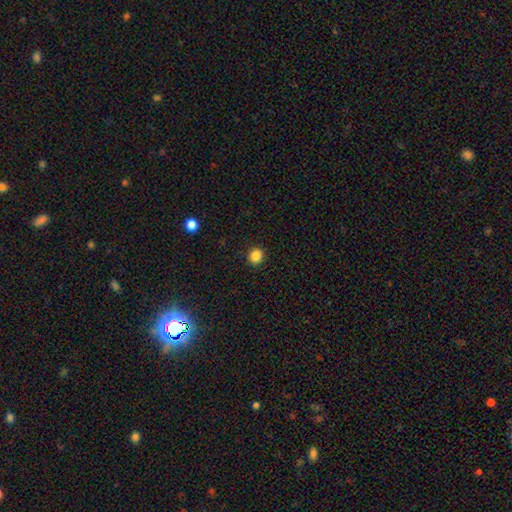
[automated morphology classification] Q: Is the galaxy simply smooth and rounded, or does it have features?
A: smooth — 85%.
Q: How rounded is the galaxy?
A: round — 84%.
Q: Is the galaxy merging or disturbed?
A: none — 92%.